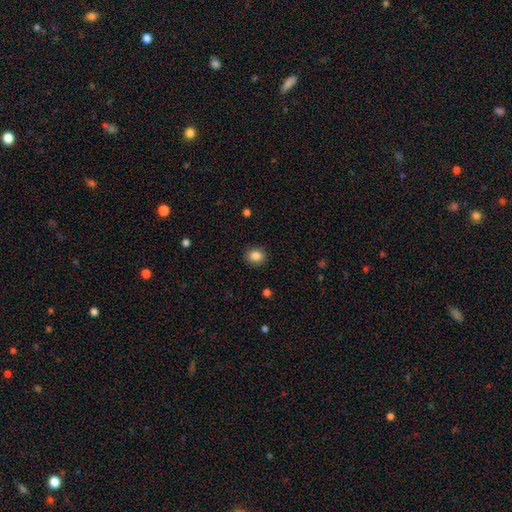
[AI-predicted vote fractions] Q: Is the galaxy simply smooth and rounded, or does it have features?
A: smooth — 86%.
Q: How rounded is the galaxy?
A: round — 64%.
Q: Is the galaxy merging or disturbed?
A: none — 89%.